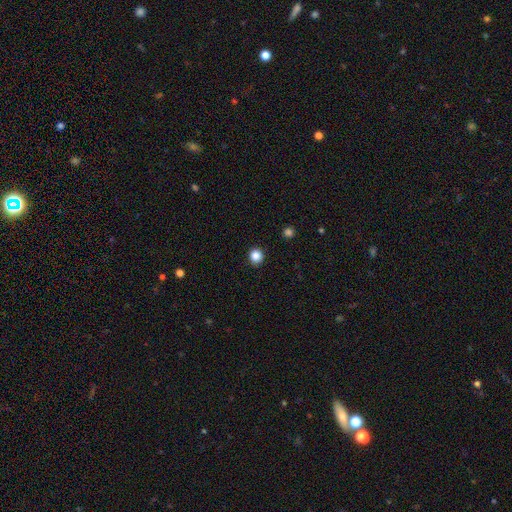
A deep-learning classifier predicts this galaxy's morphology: smooth 86%, star or artifact 11%, featured or disk 3%. Down the decision tree: how rounded — round (91%); merging — none (92%).